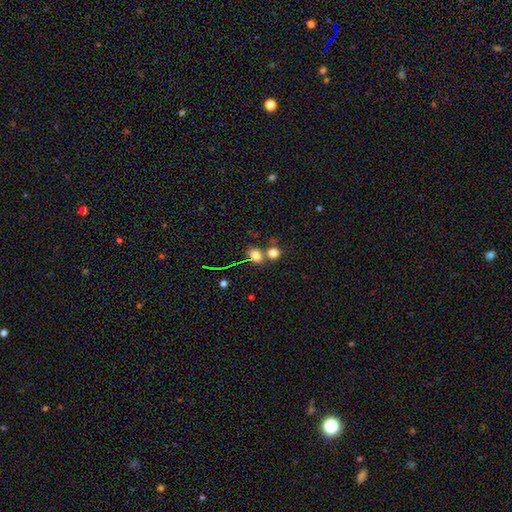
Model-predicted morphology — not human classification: Smooth or featured?
  - smooth: 78% *
  - star or artifact: 14%
  - featured or disk: 8%
How rounded?
  - round: 56% *
  - in between: 43%
  - cigar-shaped: 1%
Merging?
  - none: 54% *
  - merger: 33%
  - minor disturbance: 9%
  - major disturbance: 4%